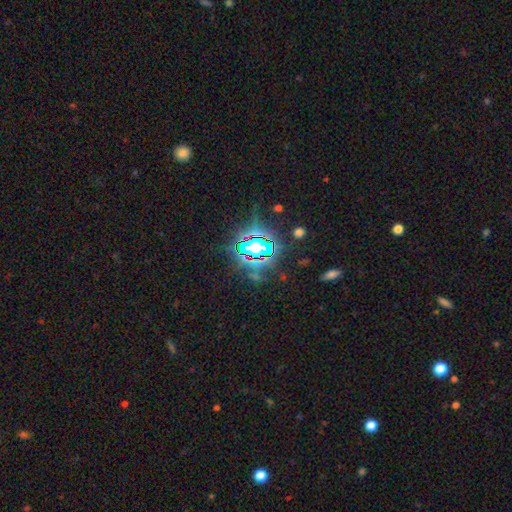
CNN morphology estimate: Smooth or featured: star or artifact — 83% (smooth — 10%)